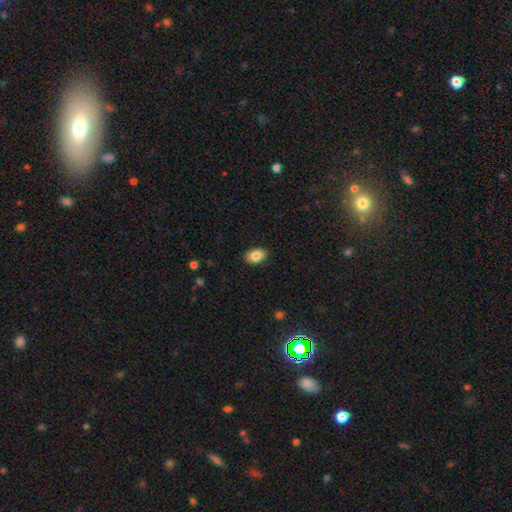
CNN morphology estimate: Smooth or featured?
  - smooth: 85% *
  - star or artifact: 8%
  - featured or disk: 7%
How rounded?
  - in between: 86% *
  - round: 13%
  - cigar-shaped: 1%
Merging?
  - none: 89% *
  - minor disturbance: 8%
  - major disturbance: 2%
  - merger: 1%